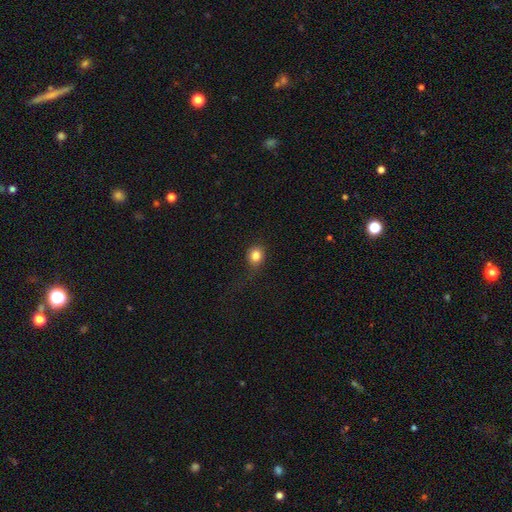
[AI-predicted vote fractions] Smooth or featured? Predicted: smooth (p=0.83). How rounded? Predicted: round (p=0.76). Merging? Predicted: none (p=0.67).